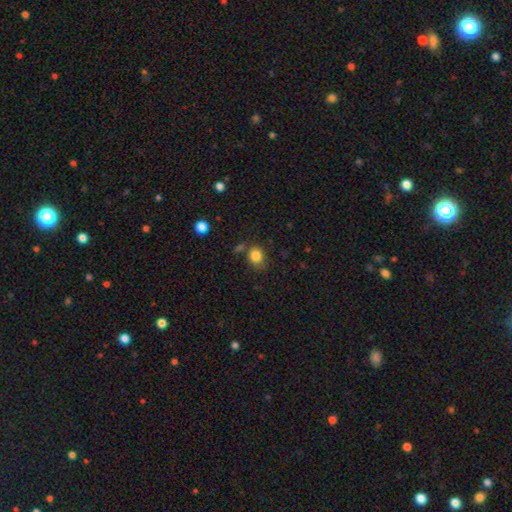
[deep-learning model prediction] Smooth or featured? smooth (83%)
How rounded? round (65%)
Merging? none (71%)